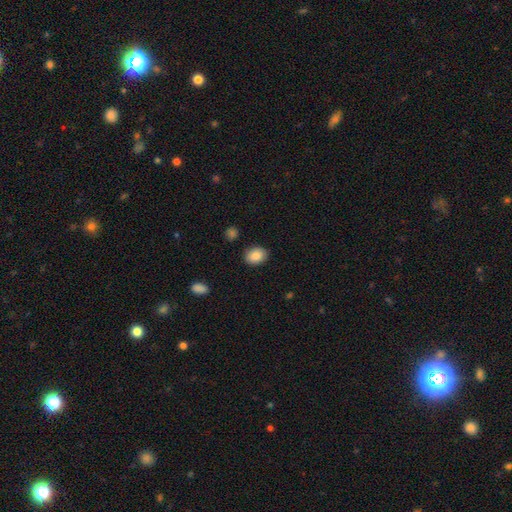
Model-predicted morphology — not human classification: Smooth or featured? smooth (88%)
How rounded? in between (69%)
Merging? none (86%)